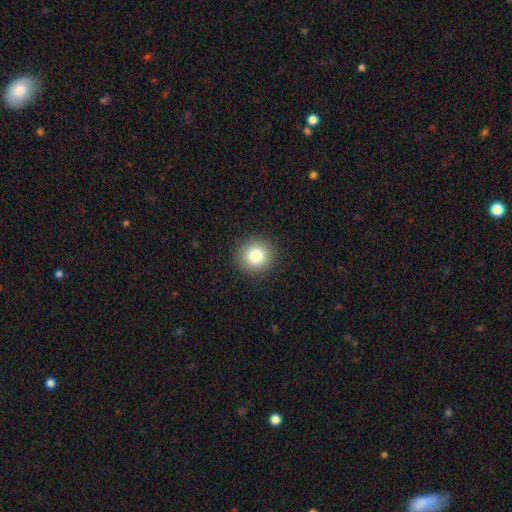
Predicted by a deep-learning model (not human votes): Smooth or featured? Predicted: smooth (p=0.80). How rounded? Predicted: round (p=0.93). Merging? Predicted: none (p=0.92).